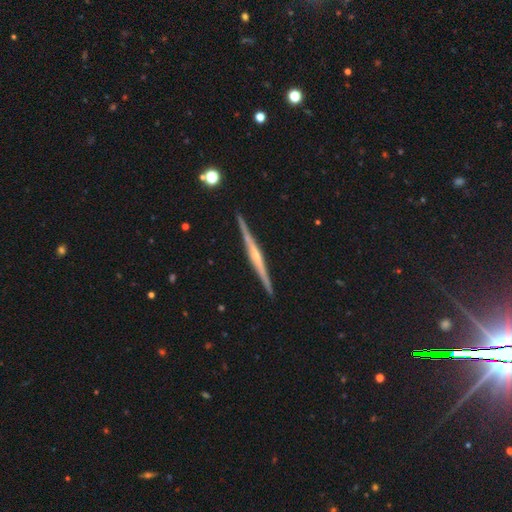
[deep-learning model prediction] Smooth or featured: featured or disk — 80% (smooth — 15%)
Edge-on disk: yes — 98% (no — 2%)
Edge-on bulge: rounded — 55% (none — 32%)
Merging: none — 91% (minor disturbance — 6%)